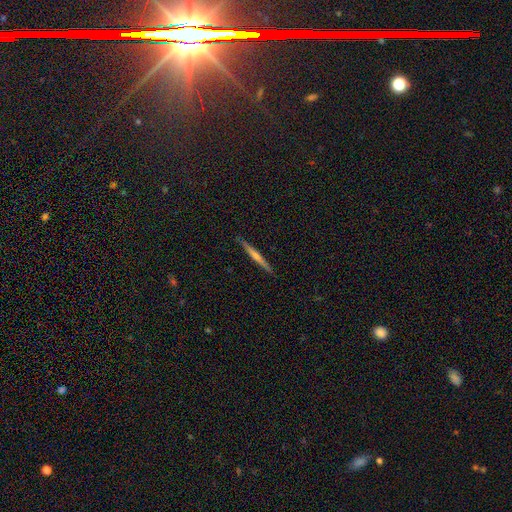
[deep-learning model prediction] smooth_or_featured: featured or disk (p=0.70) [alt: smooth p=0.22]
disk_edge_on: yes (p=0.98) [alt: no p=0.02]
edge_on_bulge: rounded (p=0.69) [alt: none p=0.24]
merging: none (p=0.92) [alt: minor disturbance p=0.06]